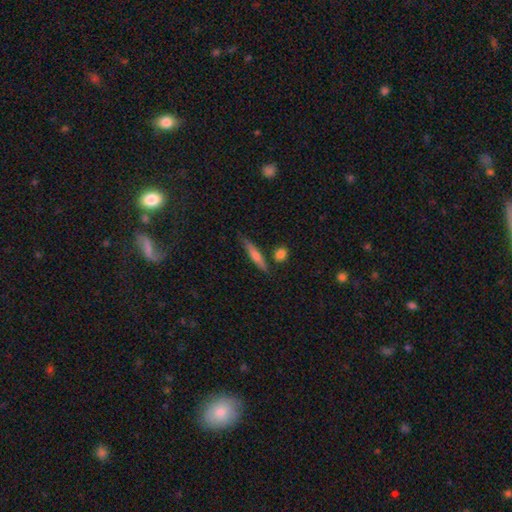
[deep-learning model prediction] Smooth or featured? Predicted: smooth (p=0.54). How rounded? Predicted: cigar-shaped (p=0.89). Merging? Predicted: none (p=0.81).